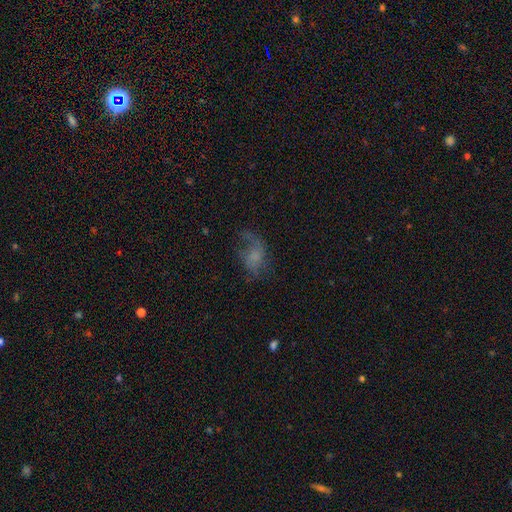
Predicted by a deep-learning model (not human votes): Smooth or featured?
  - featured or disk: 46% *
  - smooth: 39%
  - star or artifact: 14%
Merging?
  - none: 40% *
  - major disturbance: 36%
  - minor disturbance: 22%
  - merger: 3%